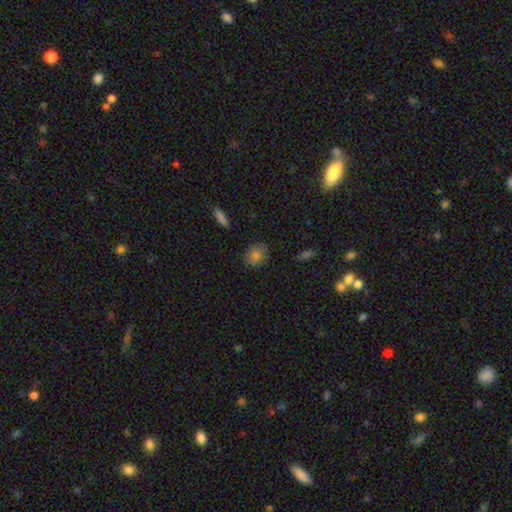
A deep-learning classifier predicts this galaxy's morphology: Smooth or featured?
  - smooth: 81% *
  - star or artifact: 10%
  - featured or disk: 10%
How rounded?
  - round: 61% *
  - in between: 37%
  - cigar-shaped: 2%
Merging?
  - none: 81% *
  - minor disturbance: 15%
  - major disturbance: 3%
  - merger: 1%